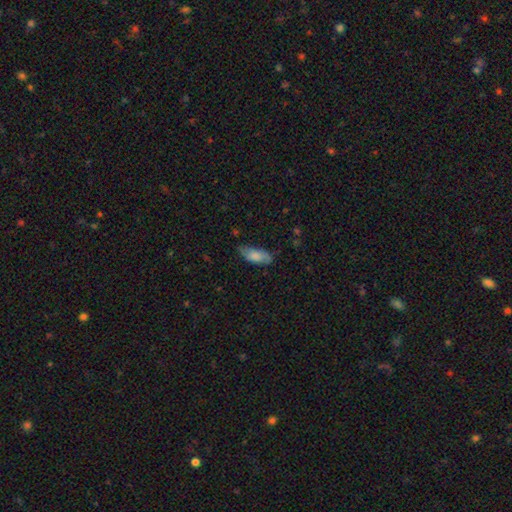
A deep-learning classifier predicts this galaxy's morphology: A smooth galaxy with no disk features (75%) that is in between round and cigar-shaped (79%). Merging: none (66%).